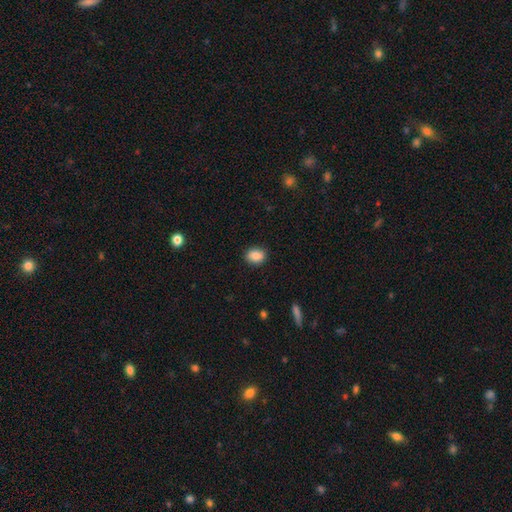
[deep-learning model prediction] This is clearly a smooth galaxy (87%). How rounded: possibly in between (57%). Merging: clearly none (89%).